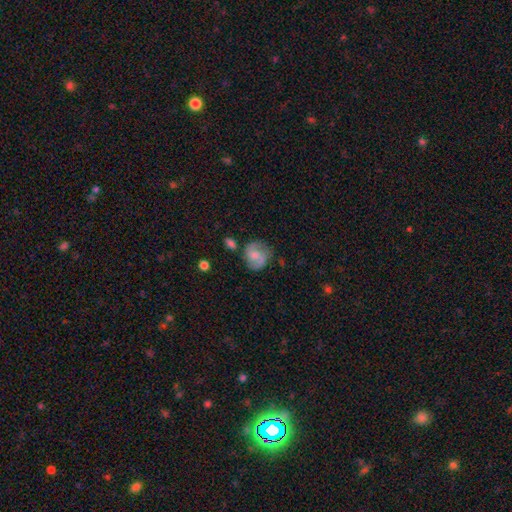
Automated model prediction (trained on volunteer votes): This is possibly a featured or disk galaxy (56%). It is clearly not viewed edge-on (97%). Bar: possibly no (51%). Spiral arm pattern: clearly yes (87%). Central bulge: marginally moderate (42%). Merging: likely none (65%).